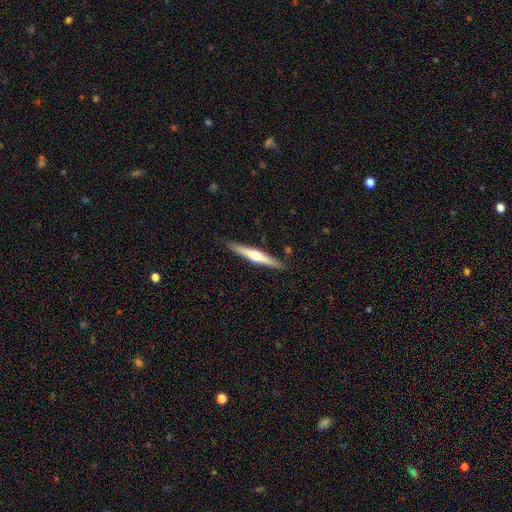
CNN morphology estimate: The model was most divided on "smooth or featured": featured or disk: 63%, smooth: 31%, star or artifact: 5%. More confident: edge-on disk — yes (97%); edge-on bulge — rounded (90%); merging — none (88%).